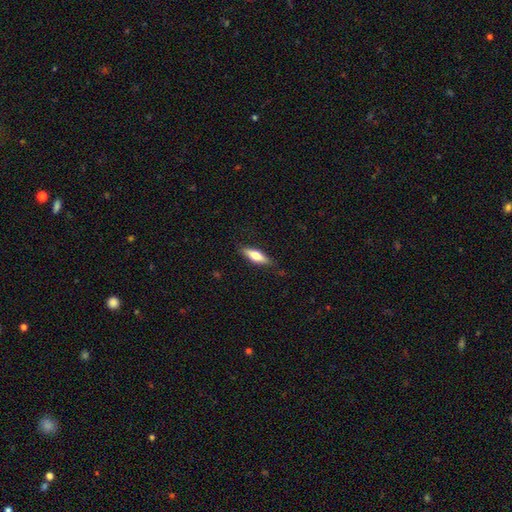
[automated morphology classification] Smooth or featured? smooth (59%)
How rounded? cigar-shaped (56%)
Merging? none (84%)